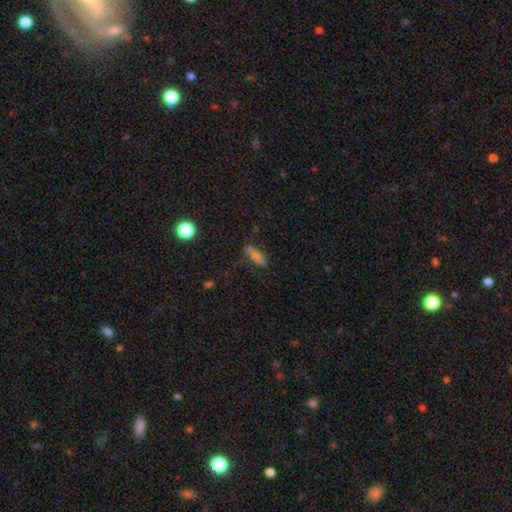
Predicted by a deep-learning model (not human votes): This appears to be a smooth galaxy with no disk features (63%) that is cigar-shaped (54%). Merging: none (71%).